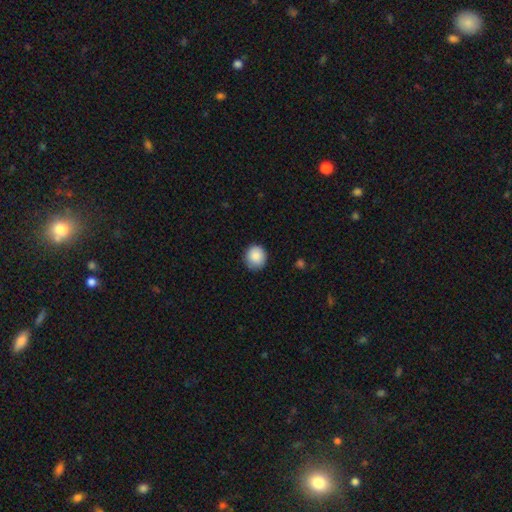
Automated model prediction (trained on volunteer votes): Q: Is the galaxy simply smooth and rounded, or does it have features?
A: smooth — 88%.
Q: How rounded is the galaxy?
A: round — 87%.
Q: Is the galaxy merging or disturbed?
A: none — 85%.